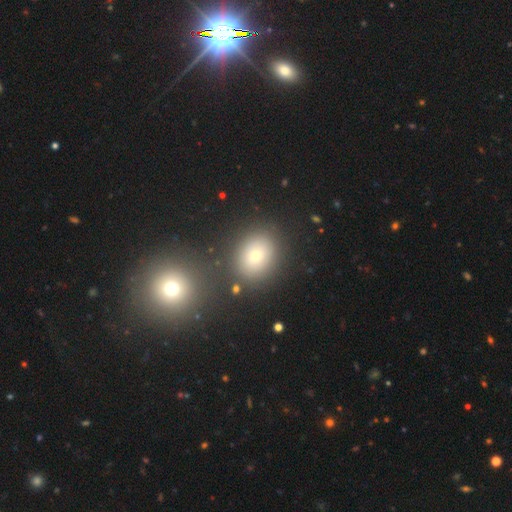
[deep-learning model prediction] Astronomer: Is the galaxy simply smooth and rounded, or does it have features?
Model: smooth — 71%.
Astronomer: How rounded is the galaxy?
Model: round — 55% (runner-up: in between, 44%).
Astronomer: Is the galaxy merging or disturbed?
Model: none — 82%.